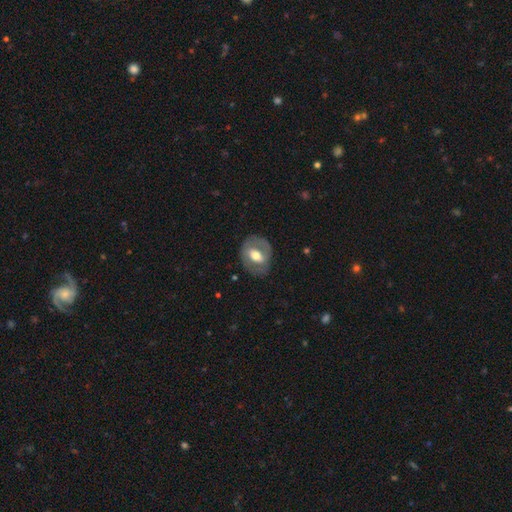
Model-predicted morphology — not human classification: Overall: featured or disk (54%; smooth 40%). Edge-on disk: no (93%). Merging: none (76%).